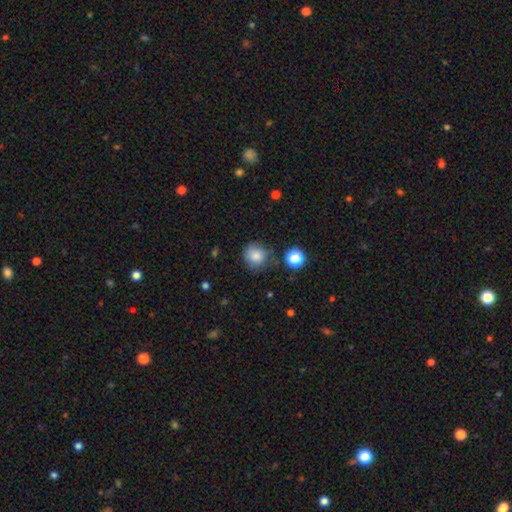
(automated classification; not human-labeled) Smooth or featured?
  - smooth: 81% *
  - star or artifact: 11%
  - featured or disk: 8%
How rounded?
  - round: 87% *
  - in between: 12%
  - cigar-shaped: 1%
Merging?
  - none: 68% *
  - minor disturbance: 21%
  - major disturbance: 7%
  - merger: 4%